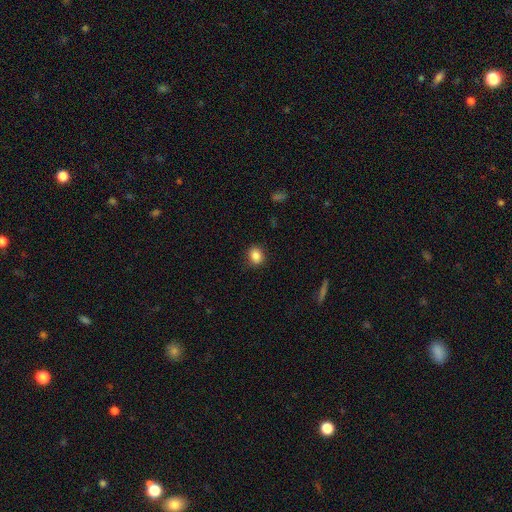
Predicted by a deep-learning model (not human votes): smooth 86%, star or artifact 10%, featured or disk 5%. Down the decision tree: how rounded — round (60%); merging — none (85%).